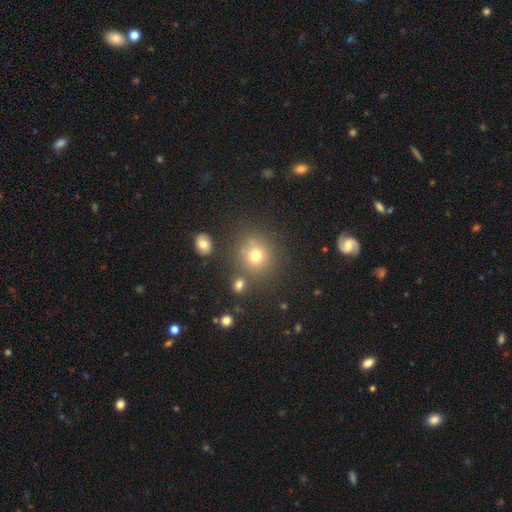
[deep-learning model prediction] Overall: smooth (72%). How rounded: round (86%). Merging: none (77%).